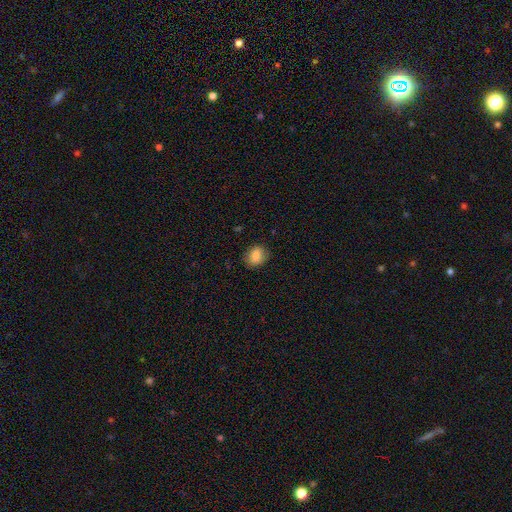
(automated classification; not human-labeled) This is clearly a smooth galaxy (83%). How rounded: possibly round (53%). Merging: clearly none (84%).